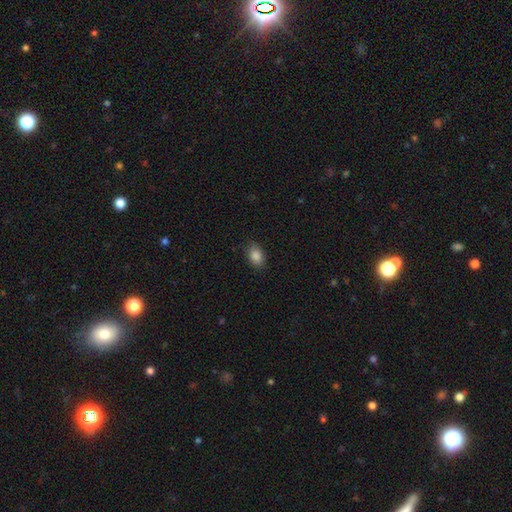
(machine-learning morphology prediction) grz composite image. It shows a smooth galaxy with no disk features (86%) that is in between round and cigar-shaped (84%). Merging: none (85%).